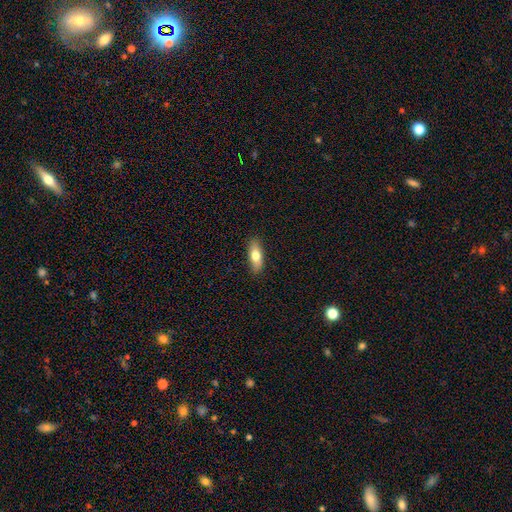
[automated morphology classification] Smooth or featured?
  - smooth: 71% *
  - featured or disk: 23%
  - star or artifact: 6%
How rounded?
  - in between: 68% *
  - cigar-shaped: 29%
  - round: 3%
Merging?
  - none: 87% *
  - minor disturbance: 10%
  - major disturbance: 2%
  - merger: 1%